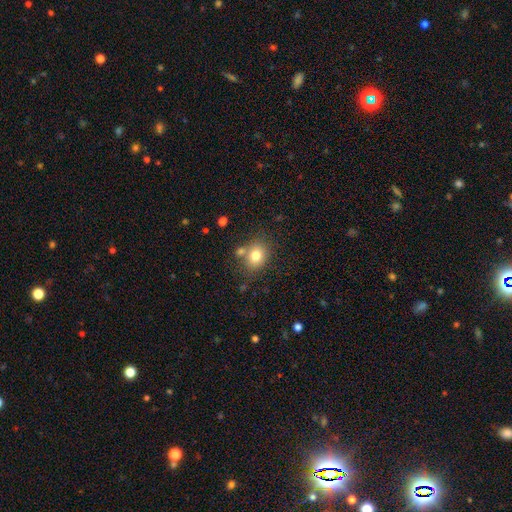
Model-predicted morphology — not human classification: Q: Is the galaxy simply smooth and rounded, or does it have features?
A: smooth — 78%.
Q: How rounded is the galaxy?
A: round — 53%.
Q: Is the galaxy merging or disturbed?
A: none — 68%.